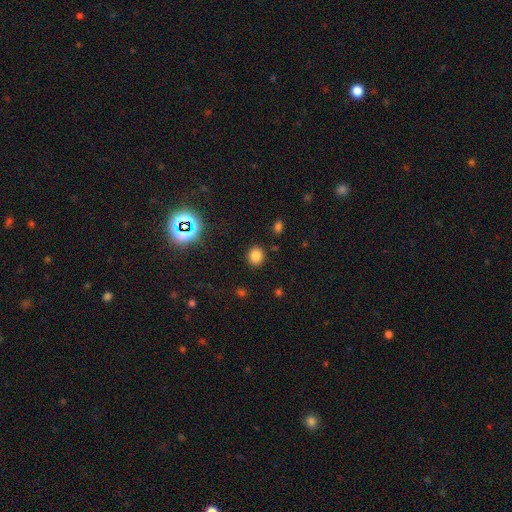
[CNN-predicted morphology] Smooth or featured: smooth — 79% (star or artifact — 15%)
How rounded: round — 76% (in between — 23%)
Merging: none — 88% (minor disturbance — 7%)